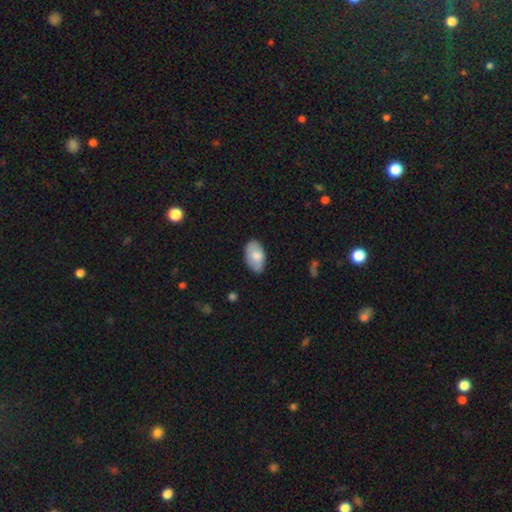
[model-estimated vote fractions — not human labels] This appears to be a smooth galaxy with no disk features (77%) that is in between round and cigar-shaped (94%). Merging: none (76%).